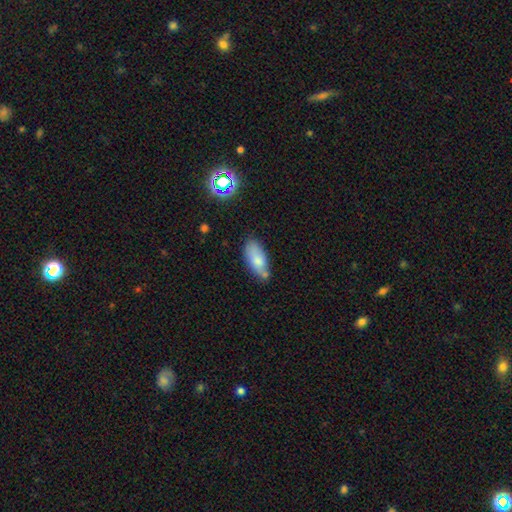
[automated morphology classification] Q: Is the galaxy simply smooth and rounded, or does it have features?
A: smooth — 74%.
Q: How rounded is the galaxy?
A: in between — 83%.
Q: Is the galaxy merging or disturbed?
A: none — 64%.